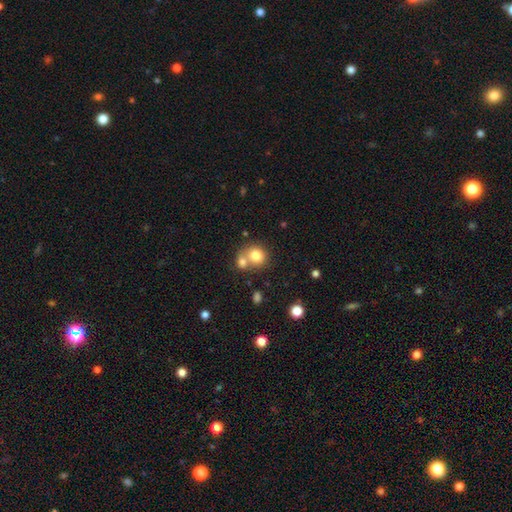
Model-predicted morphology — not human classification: Q: Smooth or featured?
A: smooth (77%); runner-up: featured or disk (12%)
Q: How rounded?
A: round (78%); runner-up: in between (21%)
Q: Merging?
A: merger (47%); runner-up: none (42%)